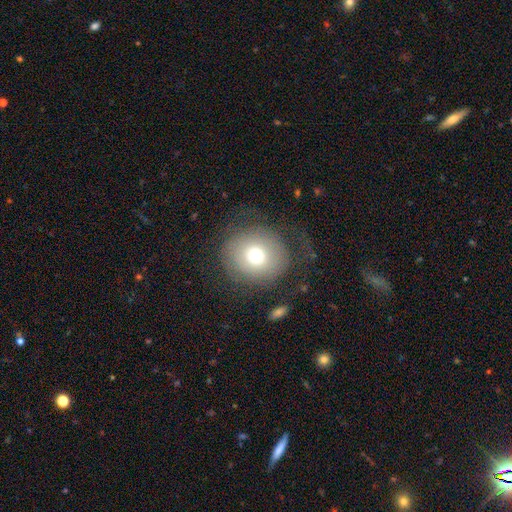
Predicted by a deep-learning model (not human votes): smooth_or_featured: smooth (p=0.67) [alt: featured or disk p=0.21]
how_rounded: round (p=0.85) [alt: in between p=0.14]
merging: none (p=0.65) [alt: major disturbance p=0.17]